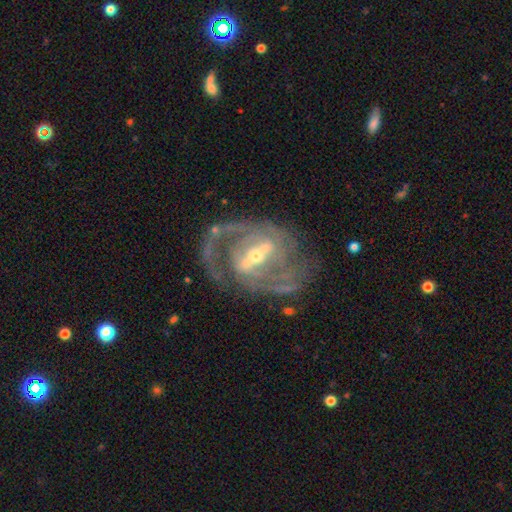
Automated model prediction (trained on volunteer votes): A featured or disk galaxy (90%) with a strong bar (67%), 2 (69%) medium (49%) spiral arms (93%) and a small central bulge (60%). Merging: none (66%).